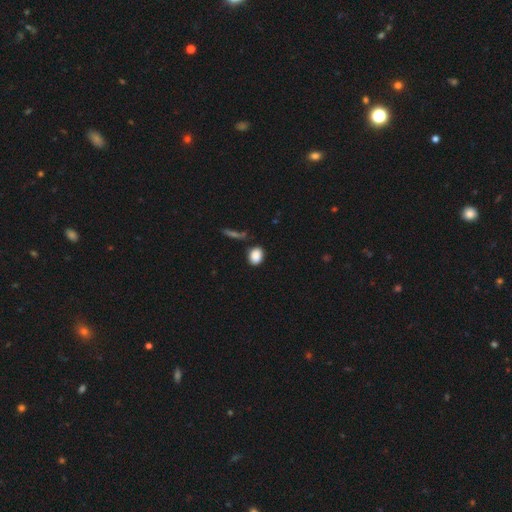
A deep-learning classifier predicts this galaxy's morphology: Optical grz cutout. It shows a smooth galaxy with no disk features (88%) that is in between round and cigar-shaped (61%). Merging: none (80%).